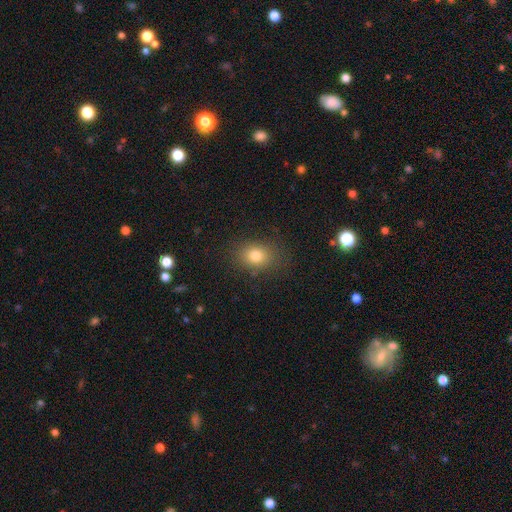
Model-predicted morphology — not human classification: Overall: smooth (79%). How rounded: in between (55%; round 44%). Merging: none (82%).